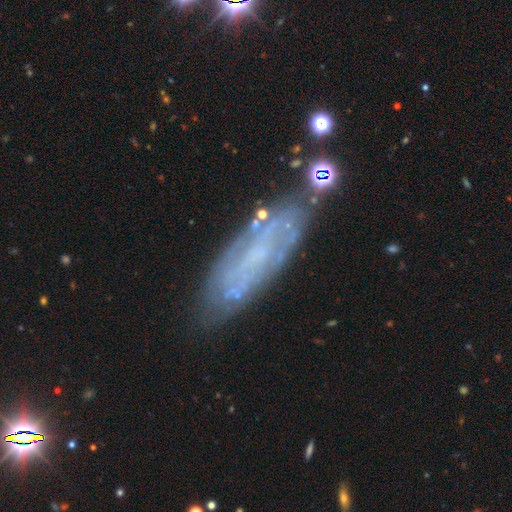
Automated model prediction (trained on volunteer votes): Q: Smooth or featured?
A: featured or disk (69%); runner-up: smooth (21%)
Q: Edge-on disk?
A: no (82%); runner-up: yes (18%)
Q: Bar?
A: no (53%); runner-up: weak (34%)
Q: Spiral arms?
A: yes (69%); runner-up: no (31%)
Q: Bulge size?
A: small (48%); runner-up: none (38%)
Q: Merging?
A: none (71%); runner-up: minor disturbance (18%)